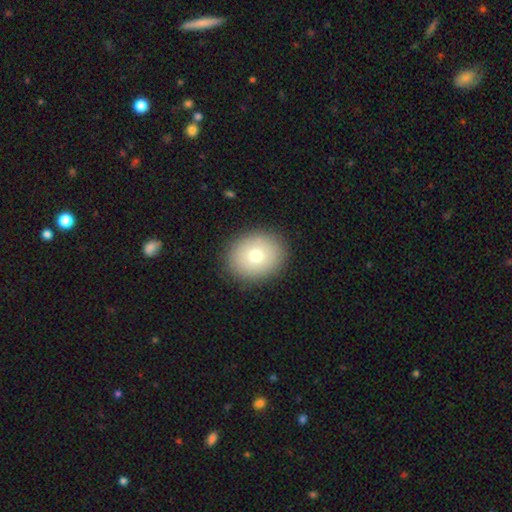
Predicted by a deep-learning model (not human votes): Overall: smooth (75%). How rounded: round (64%; in between 35%). Merging: none (90%).